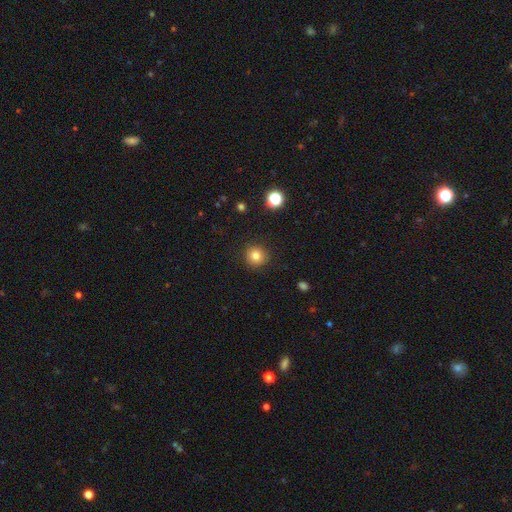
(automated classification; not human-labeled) smooth-or-featured: smooth: 81% | star or artifact: 13% | featured or disk: 7%
  how-rounded: round: 93% | in between: 6% | cigar-shaped: 1%
  merging: none: 91% | minor disturbance: 6% | major disturbance: 2% | merger: 1%